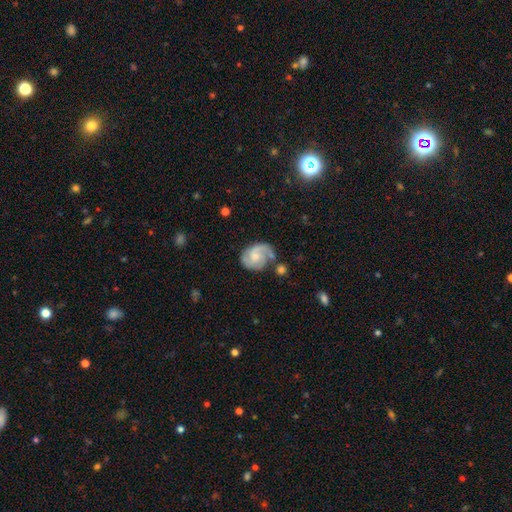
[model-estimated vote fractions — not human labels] featured or disk 77%, smooth 17%, star or artifact 6%. Down the decision tree: edge-on disk — no (98%); bar — no (58%); spiral arms — yes (95%); spiral arm count — 2 (71%); spiral winding — medium (49%); bulge size — small (52%); merging — none (57%).